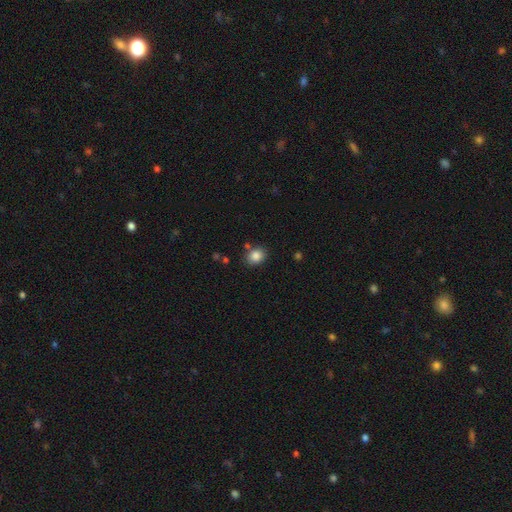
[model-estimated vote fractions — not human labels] Overall: smooth (85%). How rounded: round (55%; in between 44%). Merging: none (79%).